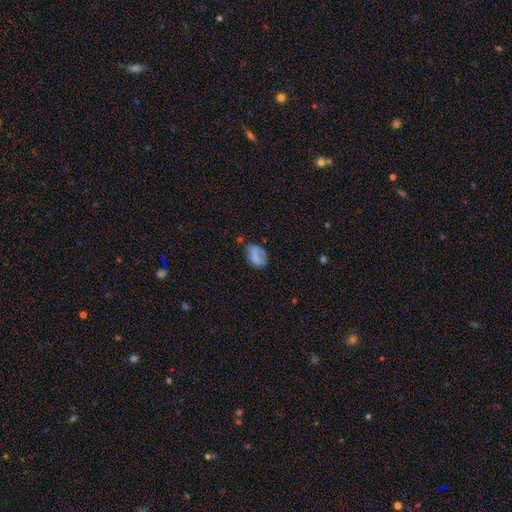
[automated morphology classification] Q: Smooth or featured?
A: smooth (56%); runner-up: featured or disk (32%)
Q: How rounded?
A: in between (76%); runner-up: round (22%)
Q: Merging?
A: none (40%); runner-up: minor disturbance (28%)